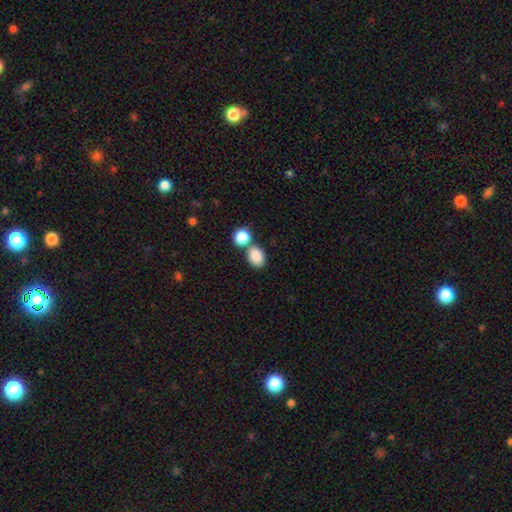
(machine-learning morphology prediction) Smooth or featured: smooth — 87% (star or artifact — 8%)
How rounded: in between — 72% (round — 27%)
Merging: none — 57% (merger — 29%)